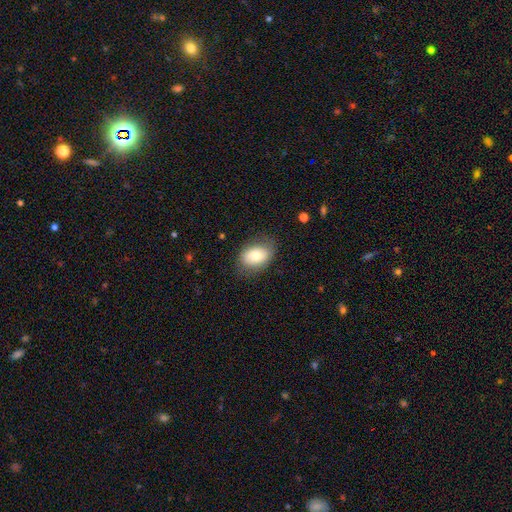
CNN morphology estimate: smooth-or-featured: smooth: 75% | featured or disk: 18% | star or artifact: 8%
  how-rounded: in between: 81% | round: 17% | cigar-shaped: 1%
  merging: none: 75% | minor disturbance: 19% | major disturbance: 5% | merger: 1%